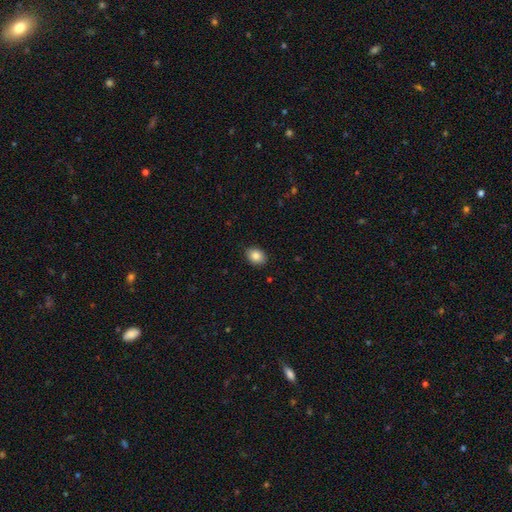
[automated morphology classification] Smooth or featured: smooth — 86% (star or artifact — 8%)
How rounded: in between — 68% (round — 31%)
Merging: none — 88% (minor disturbance — 9%)